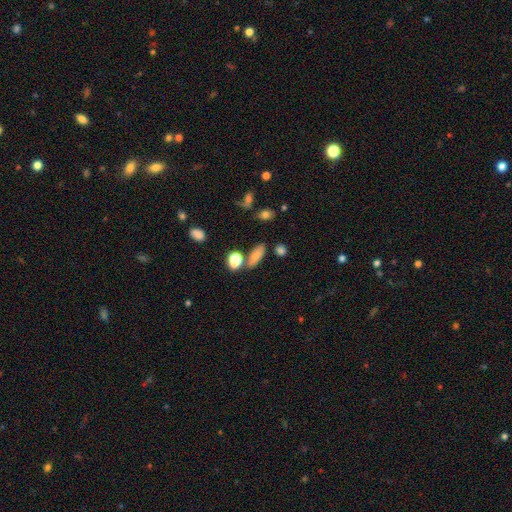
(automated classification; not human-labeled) This appears to be a smooth galaxy with no disk features (77%) that is in between round and cigar-shaped (64%). Merging: none (67%).